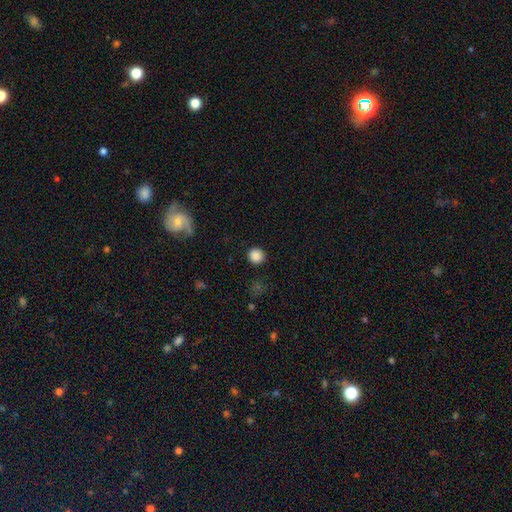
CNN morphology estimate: This appears to be a smooth galaxy with no disk features (86%) that is round (92%). Merging: none (91%).